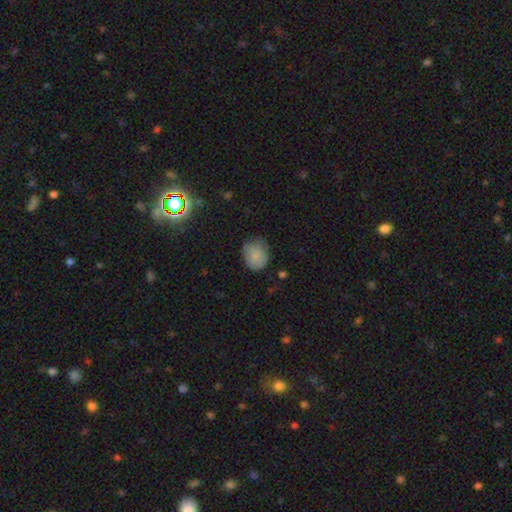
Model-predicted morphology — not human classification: Overall: smooth (80%). How rounded: round (64%; in between 35%). Merging: none (60%; minor disturbance 30%).